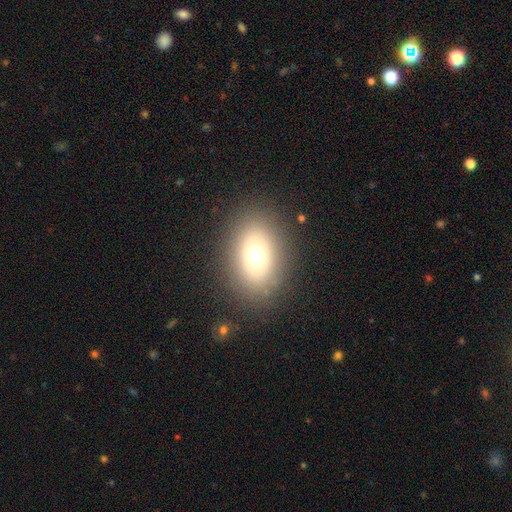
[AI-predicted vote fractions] Morphology: type=smooth (62%); roundness=in between (75%); merging=none (84%).